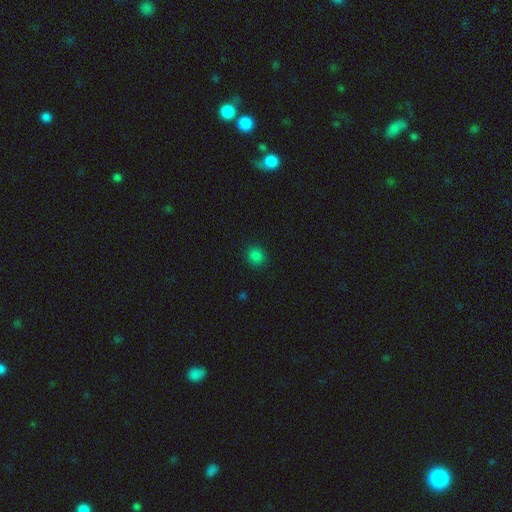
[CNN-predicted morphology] smooth 83%, star or artifact 14%, featured or disk 3%. Down the decision tree: how rounded — round (80%); merging — none (89%).